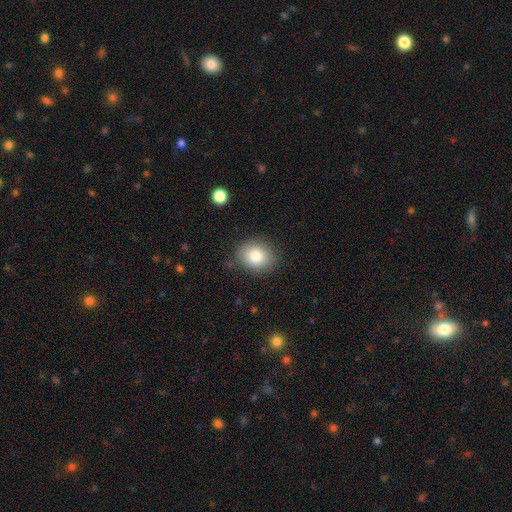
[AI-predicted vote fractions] Smooth or featured? smooth (82%)
How rounded? round (57%)
Merging? none (83%)